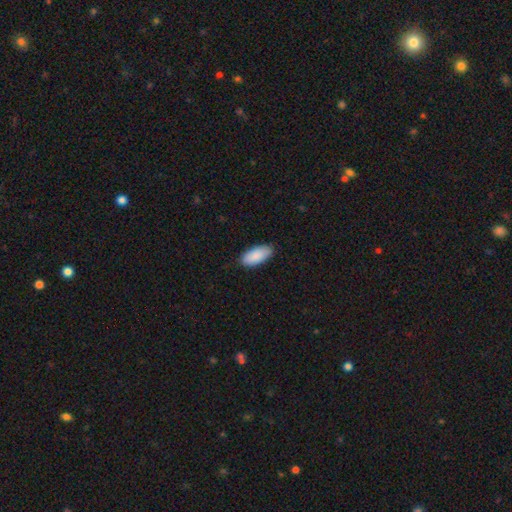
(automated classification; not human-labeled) A smooth galaxy with no disk features (90%) that is in between round and cigar-shaped (90%). Merging: none (86%).